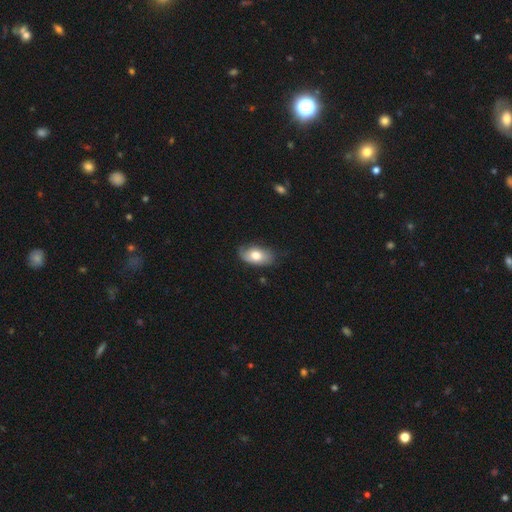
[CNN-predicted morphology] type=smooth (67%); roundness=in between (92%); merging=none (63%).